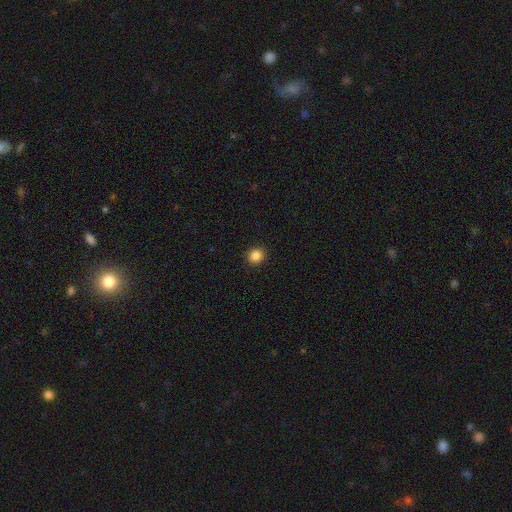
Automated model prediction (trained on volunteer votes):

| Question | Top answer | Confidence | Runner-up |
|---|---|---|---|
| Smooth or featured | smooth | 86% | star or artifact (11%) |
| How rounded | round | 83% | in between (16%) |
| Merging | none | 92% | minor disturbance (5%) |